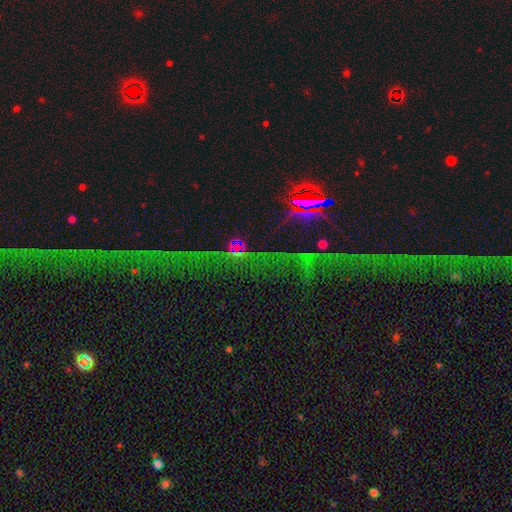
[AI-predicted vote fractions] Overall: star or artifact (77%).